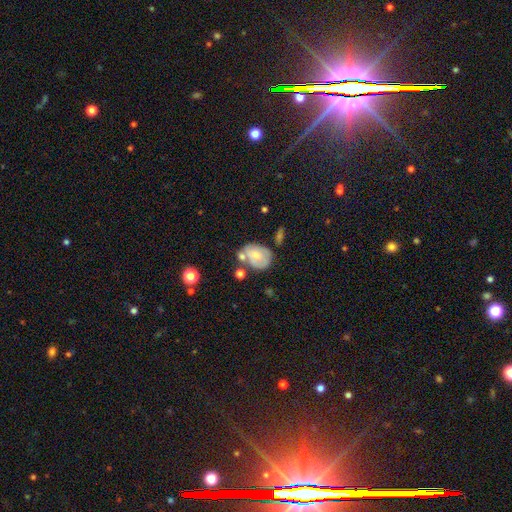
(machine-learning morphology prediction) smooth 59%, featured or disk 33%, star or artifact 8%. Down the decision tree: how rounded — in between (62%); merging — none (44%).